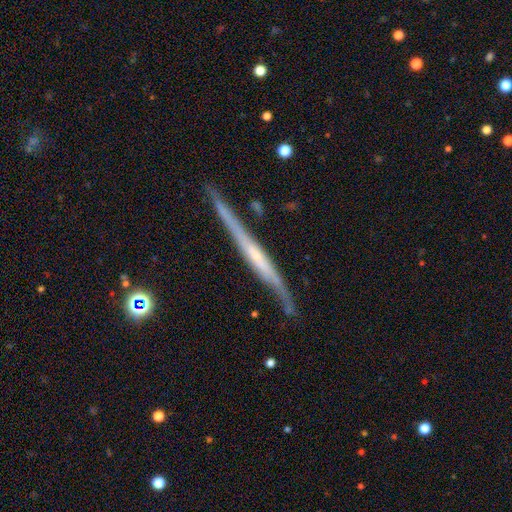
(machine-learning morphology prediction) Smooth or featured: featured or disk — 75% (smooth — 18%)
Edge-on disk: yes — 94% (no — 6%)
Edge-on bulge: none — 60% (rounded — 30%)
Merging: none — 75% (minor disturbance — 19%)